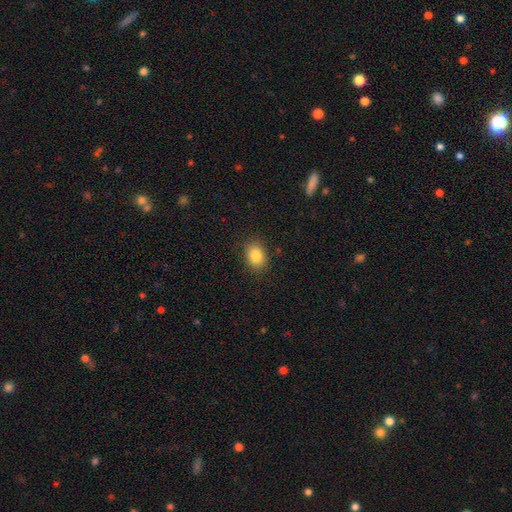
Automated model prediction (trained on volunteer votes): Smooth or featured? Predicted: smooth (p=0.85). How rounded? Predicted: in between (p=0.65). Merging? Predicted: none (p=0.86).